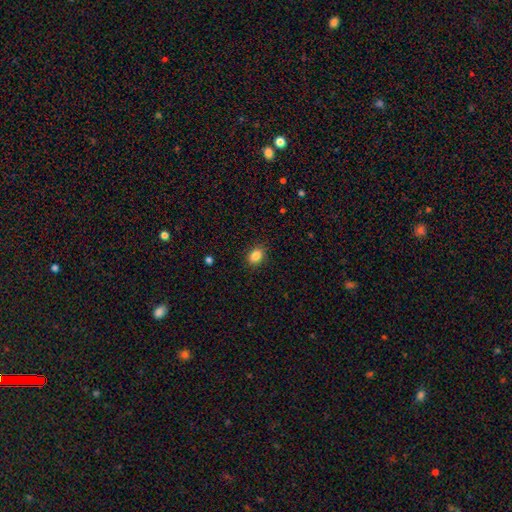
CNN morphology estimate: Smooth or featured: smooth — 86% (star or artifact — 9%)
How rounded: in between — 67% (round — 32%)
Merging: none — 88% (minor disturbance — 9%)